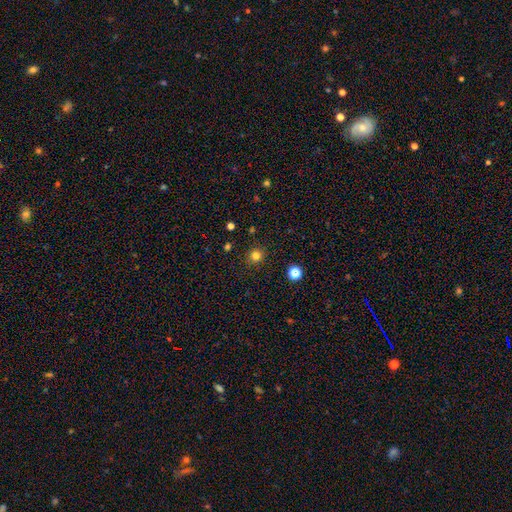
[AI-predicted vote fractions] Smooth or featured?
  - smooth: 79% *
  - star or artifact: 16%
  - featured or disk: 5%
How rounded?
  - round: 91% *
  - in between: 8%
  - cigar-shaped: 1%
Merging?
  - none: 90% *
  - minor disturbance: 6%
  - major disturbance: 2%
  - merger: 1%